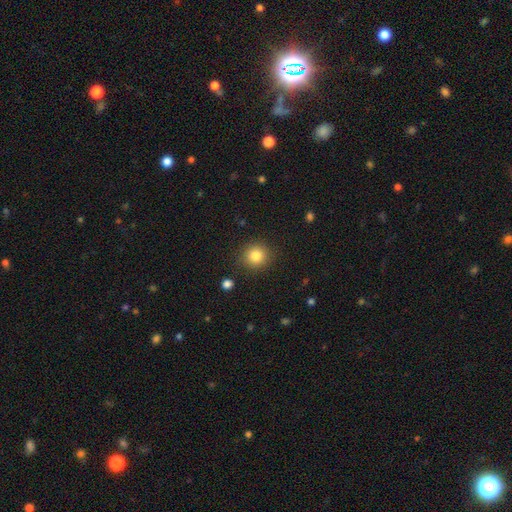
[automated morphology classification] Smooth or featured?
  - smooth: 84% *
  - star or artifact: 11%
  - featured or disk: 6%
How rounded?
  - round: 90% *
  - in between: 9%
  - cigar-shaped: 1%
Merging?
  - none: 89% *
  - minor disturbance: 7%
  - major disturbance: 3%
  - merger: 2%